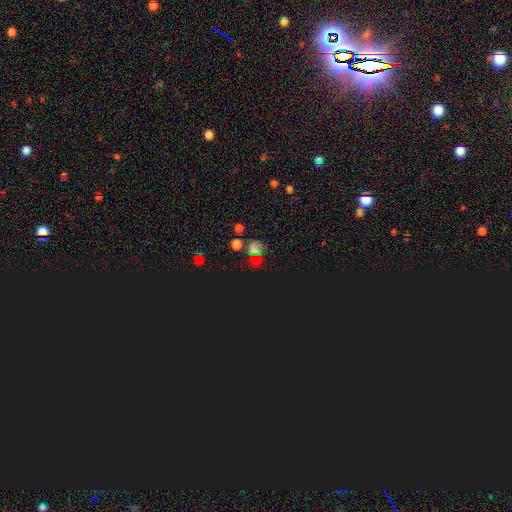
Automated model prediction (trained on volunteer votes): star or artifact 59%, smooth 31%, featured or disk 11%.